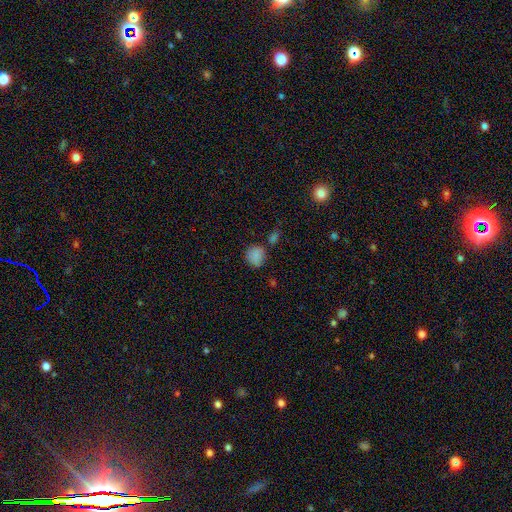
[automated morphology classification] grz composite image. It shows a smooth galaxy with no disk features (81%) that is round (75%). Merging: none (63%).